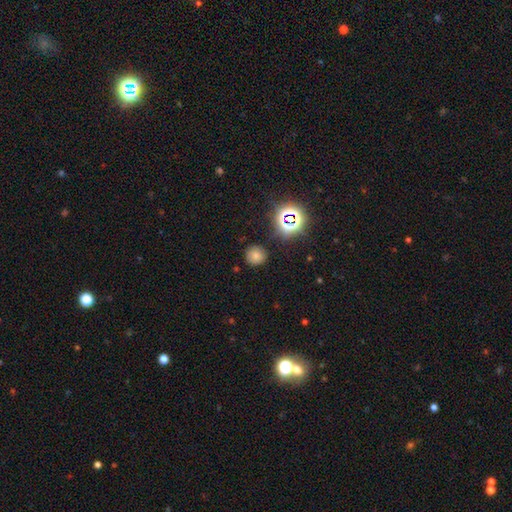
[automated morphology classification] This appears to be a smooth galaxy with no disk features (67%) that is round (91%). Merging: none (81%).